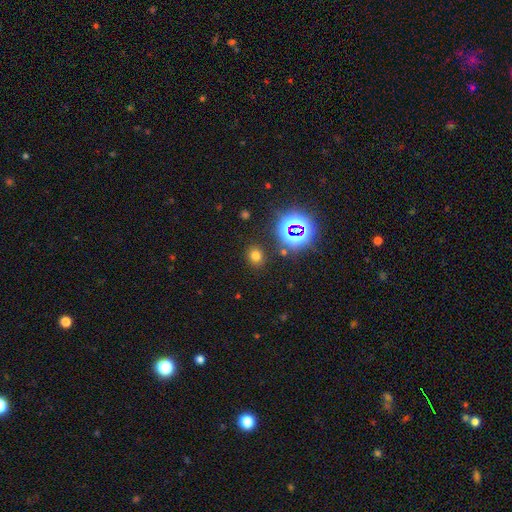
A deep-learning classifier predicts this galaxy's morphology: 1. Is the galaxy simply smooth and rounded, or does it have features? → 68% smooth, 25% star or artifact, 7% featured or disk.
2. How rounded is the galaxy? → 64% round, 35% in between, 1% cigar-shaped.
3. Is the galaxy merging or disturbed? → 86% none, 8% minor disturbance, 3% major disturbance, 3% merger.